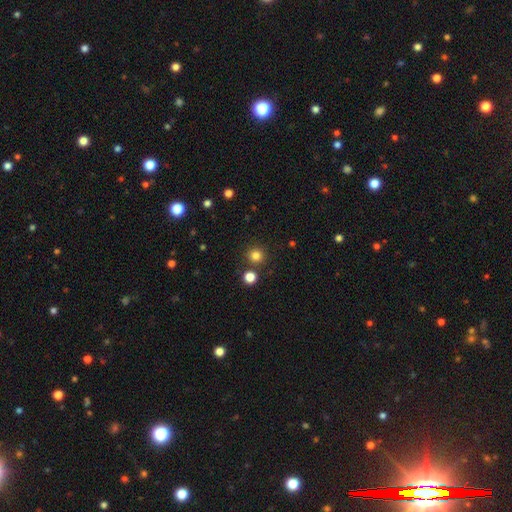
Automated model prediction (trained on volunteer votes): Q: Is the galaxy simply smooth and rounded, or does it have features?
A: smooth — 81%.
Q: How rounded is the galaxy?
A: round — 93%.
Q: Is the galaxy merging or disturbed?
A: none — 86%.